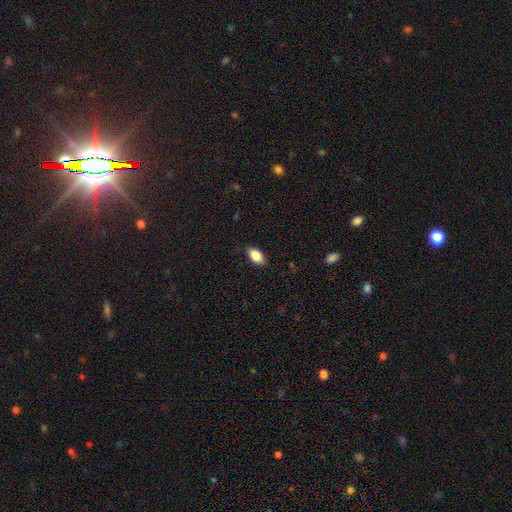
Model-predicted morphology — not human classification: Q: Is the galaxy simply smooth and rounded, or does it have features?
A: smooth — 86%.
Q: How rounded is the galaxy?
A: in between — 92%.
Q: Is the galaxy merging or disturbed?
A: none — 84%.